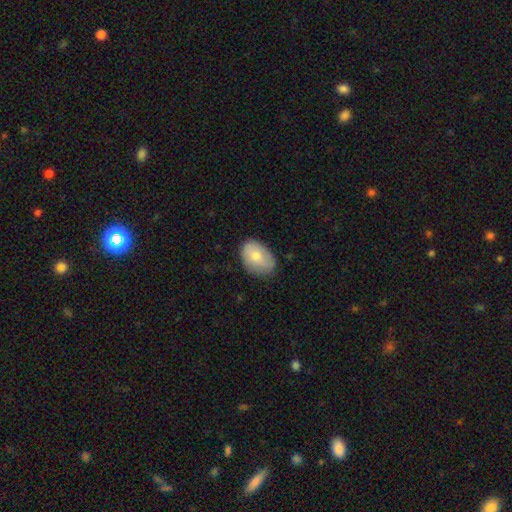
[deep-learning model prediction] The model was most divided on "merging": none: 74%, minor disturbance: 22%, major disturbance: 4%, merger: 1%. More confident: how rounded — in between (83%); smooth or featured — smooth (73%).